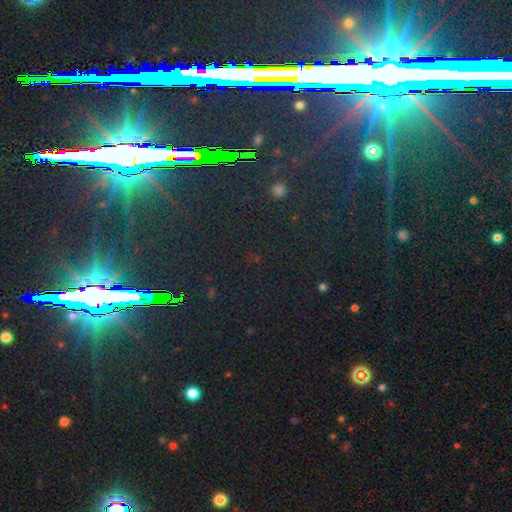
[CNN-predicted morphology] type=star or artifact (85%).